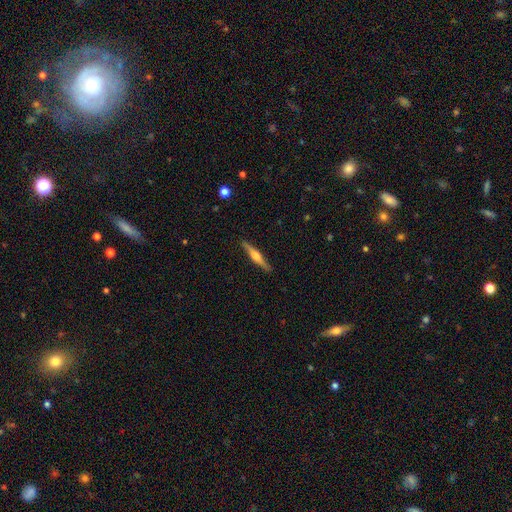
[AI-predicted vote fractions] This appears to be a featured or disk galaxy (64%) viewed edge-on (97%) with a rounded central bulge (77%). Merging: none (90%).